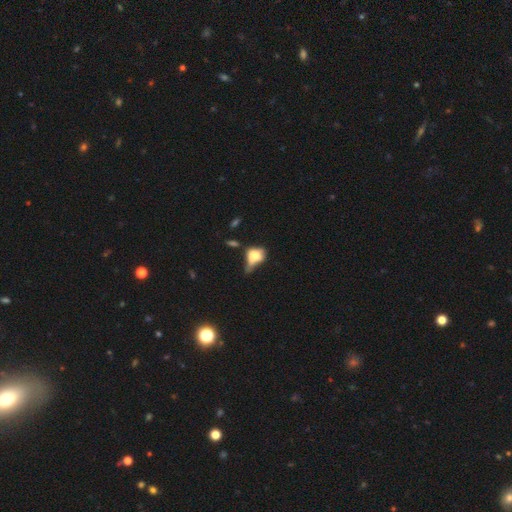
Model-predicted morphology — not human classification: smooth_or_featured: smooth (p=0.60) [alt: featured or disk p=0.29]
how_rounded: in between (p=0.64) [alt: round p=0.31]
merging: major disturbance (p=0.32) [alt: minor disturbance p=0.27]